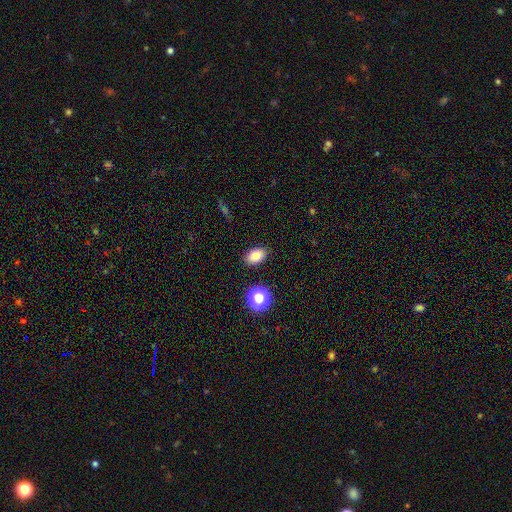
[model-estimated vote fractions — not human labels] Overall: smooth (81%). How rounded: in between (85%). Merging: none (87%).